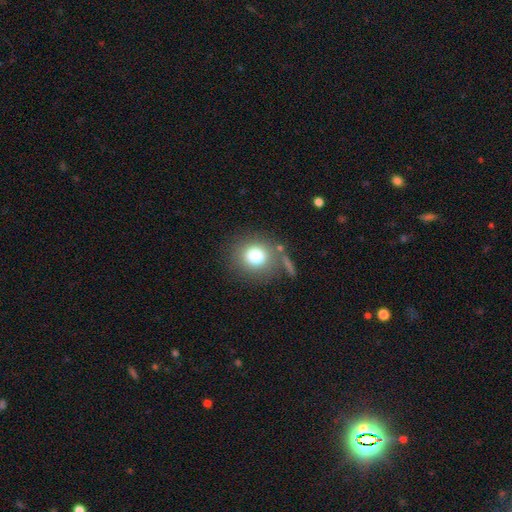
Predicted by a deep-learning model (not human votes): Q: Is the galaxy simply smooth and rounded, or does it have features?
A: smooth — 78%.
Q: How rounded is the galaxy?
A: round — 86%.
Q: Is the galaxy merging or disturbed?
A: none — 76%.